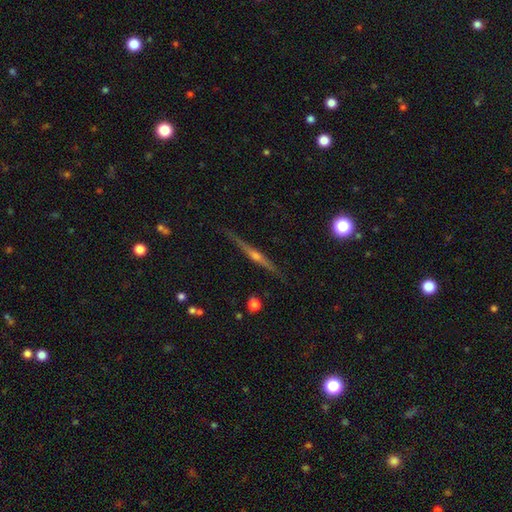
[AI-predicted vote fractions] A featured or disk galaxy (83%) viewed edge-on (98%) with a rounded central bulge (89%).

Vote fractions:
- Smooth or featured? featured or disk: 83% / smooth: 10% / star or artifact: 7%
- Edge-on disk? yes: 98% / no: 2%
- Edge-on bulge? rounded: 89% / none: 6% / boxy: 5%
- Merging? none: 90% / minor disturbance: 7% / major disturbance: 2% / merger: 1%